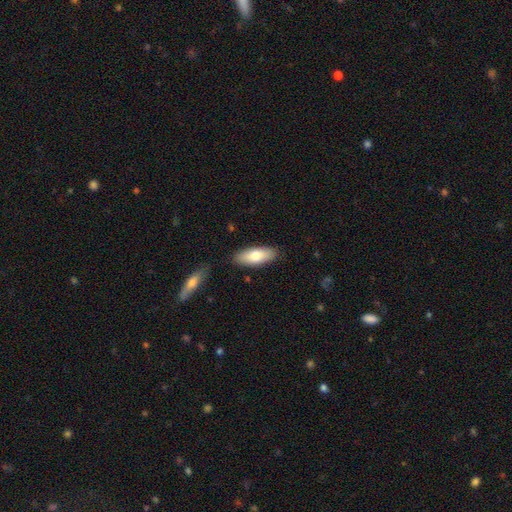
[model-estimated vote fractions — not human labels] The model was most divided on "how rounded": in between: 75%, cigar-shaped: 23%, round: 2%. More confident: merging — none (86%); smooth or featured — smooth (74%).